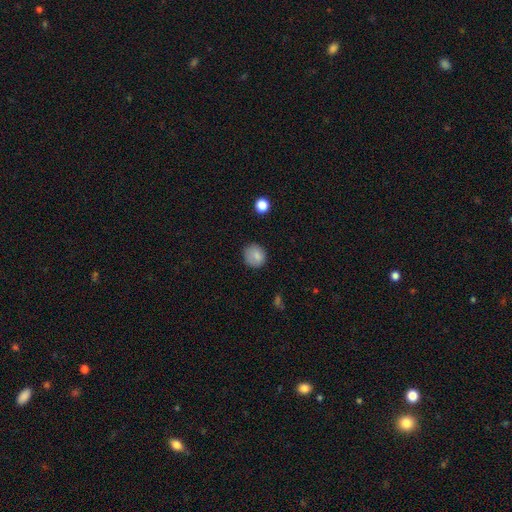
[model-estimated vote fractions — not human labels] Smooth or featured? Predicted: smooth (p=0.83). How rounded? Predicted: round (p=0.82). Merging? Predicted: none (p=0.78).